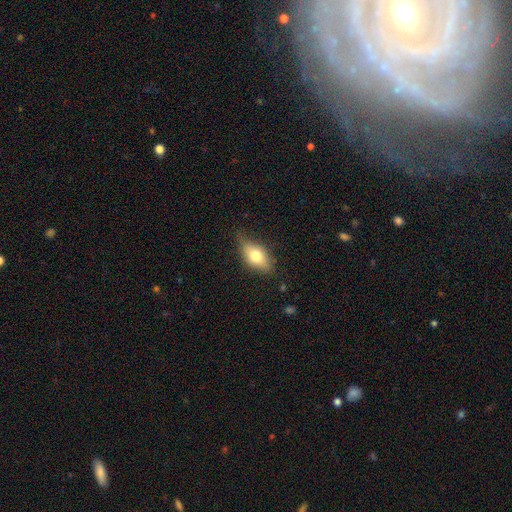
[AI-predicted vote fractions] Morphology: type=smooth (68%); roundness=in between (84%); merging=none (71%).